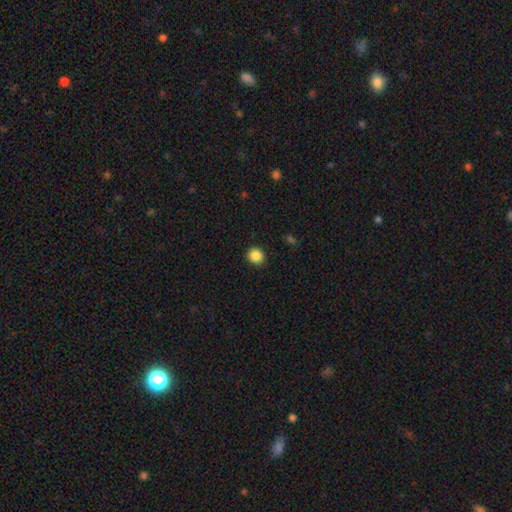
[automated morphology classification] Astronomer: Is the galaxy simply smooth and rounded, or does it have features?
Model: smooth — 87%.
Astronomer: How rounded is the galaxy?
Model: round — 90%.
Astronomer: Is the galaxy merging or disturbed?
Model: none — 91%.